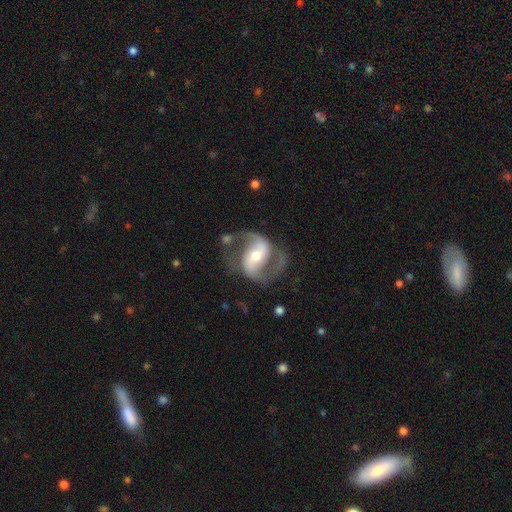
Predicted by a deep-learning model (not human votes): Smooth or featured? Predicted: featured or disk (p=0.88). Edge-on disk? Predicted: no (p=0.97). Bar? Predicted: strong (p=0.40). Spiral arms? Predicted: yes (p=0.95). Spiral winding? Predicted: medium (p=0.50). Spiral arm count? Predicted: 2 (p=0.92). Bulge size? Predicted: moderate (p=0.61). Merging? Predicted: none (p=0.67).